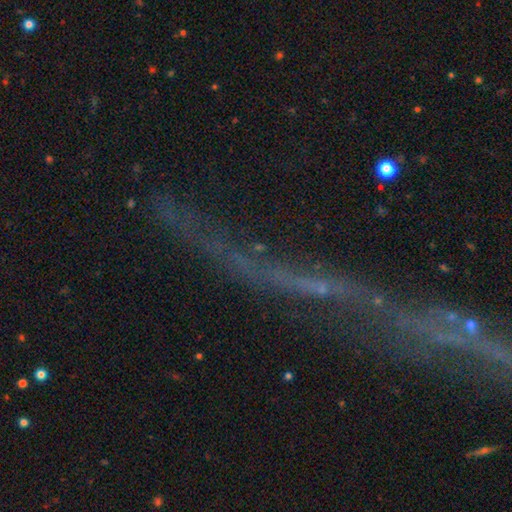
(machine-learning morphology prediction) Q: Smooth or featured?
A: featured or disk (45%); runner-up: star or artifact (38%)
Q: Merging?
A: none (38%); runner-up: major disturbance (30%)